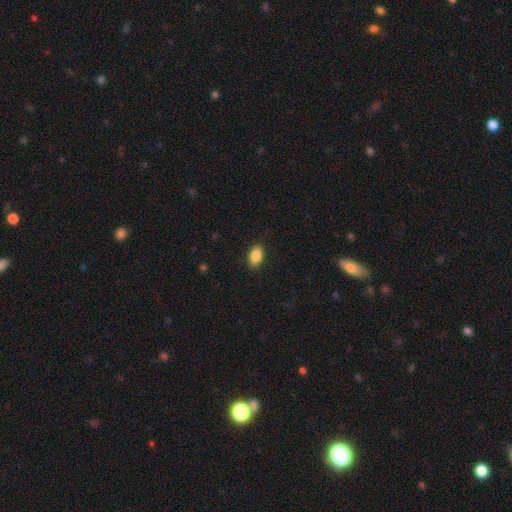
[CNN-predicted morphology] Smooth or featured?
  - smooth: 87% *
  - star or artifact: 8%
  - featured or disk: 5%
How rounded?
  - in between: 91% *
  - round: 7%
  - cigar-shaped: 2%
Merging?
  - none: 87% *
  - minor disturbance: 10%
  - major disturbance: 2%
  - merger: 1%